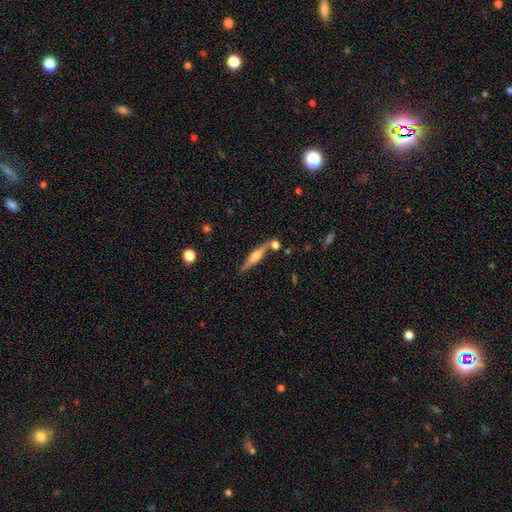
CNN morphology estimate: featured or disk 66%, smooth 27%, star or artifact 7%. Down the decision tree: edge-on disk — yes (96%); edge-on bulge — rounded (78%); merging — none (76%).